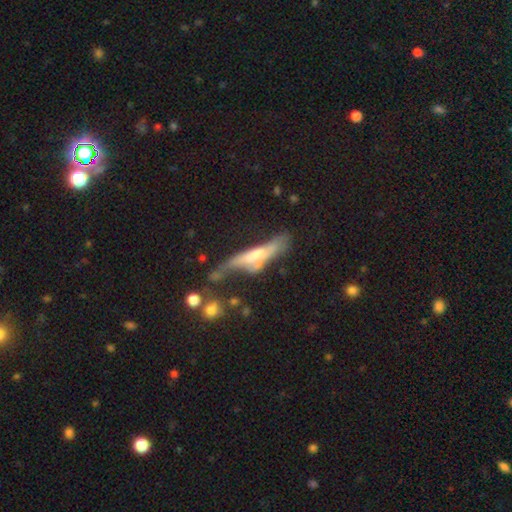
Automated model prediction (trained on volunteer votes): This is possibly a featured or disk galaxy (50%). Merging: marginally major disturbance (34%).